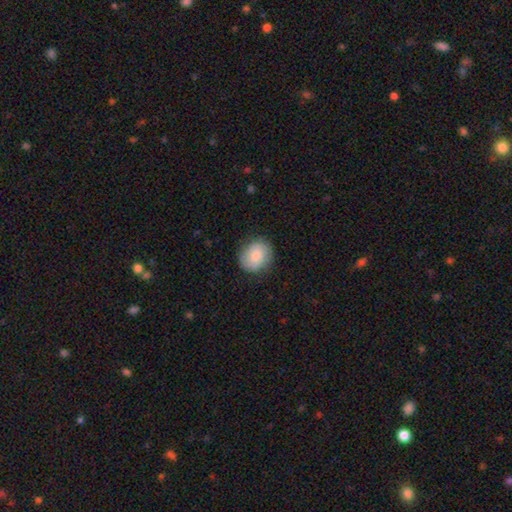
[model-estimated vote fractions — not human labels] This is likely a smooth galaxy (78%). How rounded: likely round (68%). Merging: clearly none (82%).